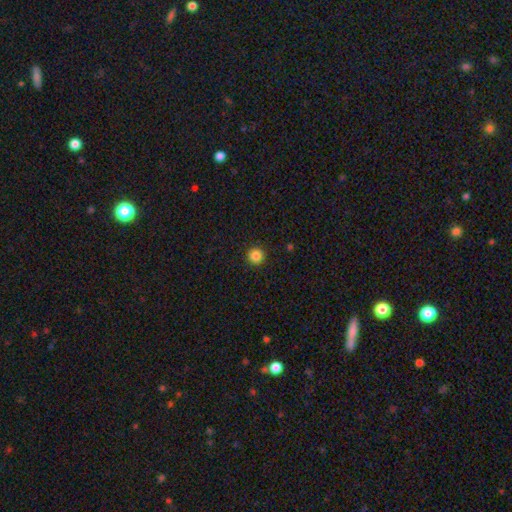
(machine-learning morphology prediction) smooth 85%, star or artifact 11%, featured or disk 4%. Down the decision tree: how rounded — round (96%); merging — none (93%).